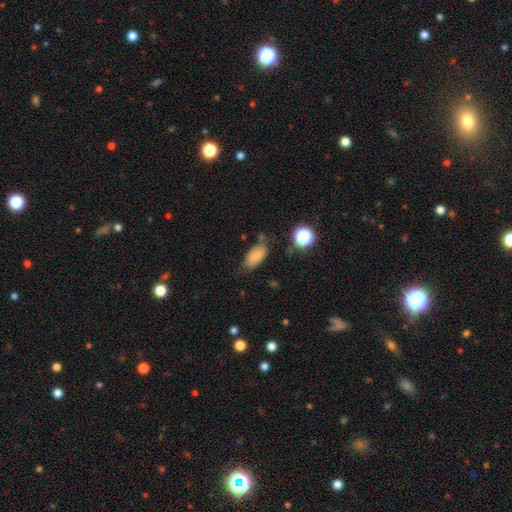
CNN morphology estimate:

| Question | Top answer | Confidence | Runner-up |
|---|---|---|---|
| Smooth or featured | smooth | 76% | featured or disk (14%) |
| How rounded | in between | 90% | round (5%) |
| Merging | none | 66% | minor disturbance (23%) |